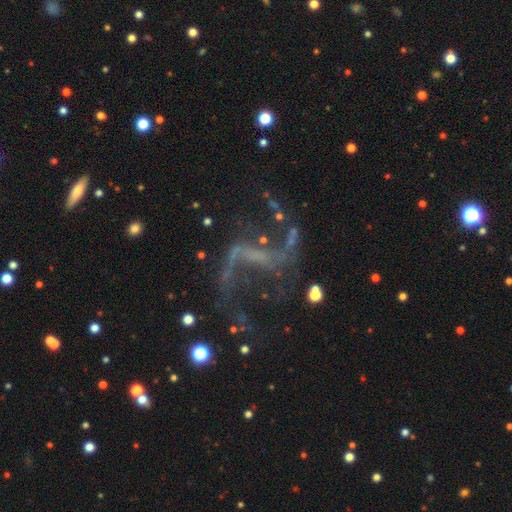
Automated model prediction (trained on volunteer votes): smooth-or-featured: featured or disk: 82% | star or artifact: 12% | smooth: 6%
  disk-edge-on: no: 96% | yes: 4%
    bar: weak: 35% | strong: 33% | no: 32%
    has-spiral-arms: yes: 88% | no: 12%
      spiral-winding: loose: 90% | medium: 7% | tight: 2%
      spiral-arm-count: 2: 83% | 1: 5% | can't tell: 4% | 3: 3% | 4: 2% | more than 4: 2%
    bulge-size: none: 66% | small: 27% | moderate: 5% | large: 1% | dominant: 1%
  merging: none: 56% | major disturbance: 23% | minor disturbance: 15% | merger: 6%